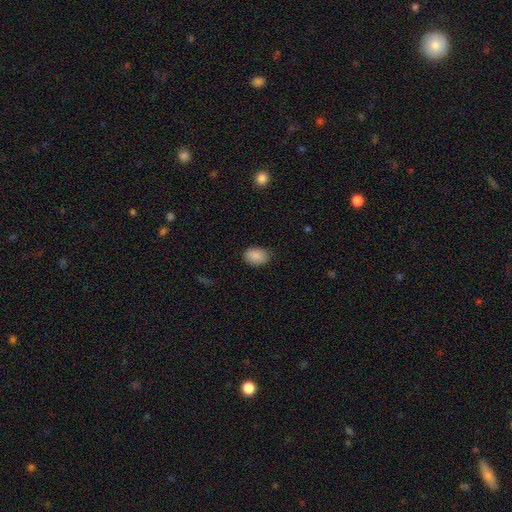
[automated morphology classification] Smooth or featured?
  - smooth: 88% *
  - star or artifact: 8%
  - featured or disk: 5%
How rounded?
  - in between: 80% *
  - round: 19%
  - cigar-shaped: 1%
Merging?
  - none: 81% *
  - minor disturbance: 15%
  - major disturbance: 3%
  - merger: 1%